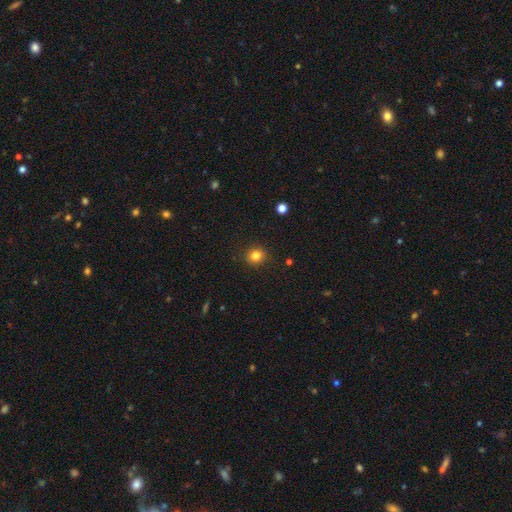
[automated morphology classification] smooth_or_featured: smooth (p=0.83) [alt: star or artifact p=0.12]
how_rounded: round (p=0.83) [alt: in between p=0.16]
merging: none (p=0.90) [alt: minor disturbance p=0.07]